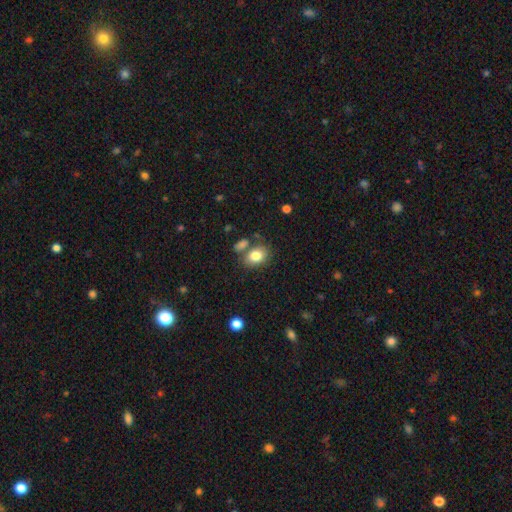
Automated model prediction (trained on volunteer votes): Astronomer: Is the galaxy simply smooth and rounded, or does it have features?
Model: smooth — 81%.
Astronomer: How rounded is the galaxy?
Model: in between — 65%.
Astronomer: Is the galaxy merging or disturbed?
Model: none — 65%.